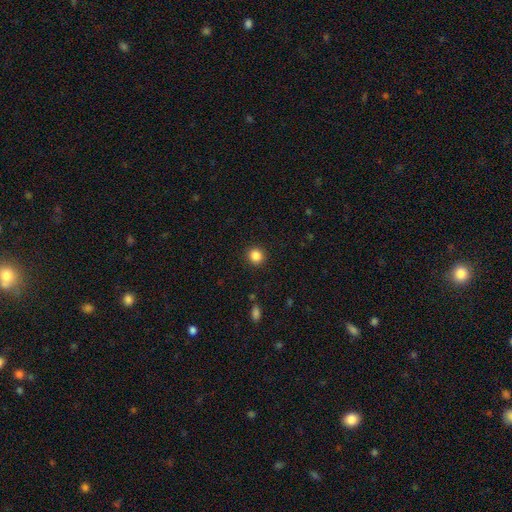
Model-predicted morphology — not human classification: smooth-or-featured: smooth: 86% | star or artifact: 10% | featured or disk: 4%
  how-rounded: round: 91% | in between: 8% | cigar-shaped: 1%
  merging: none: 91% | minor disturbance: 5% | major disturbance: 2% | merger: 1%